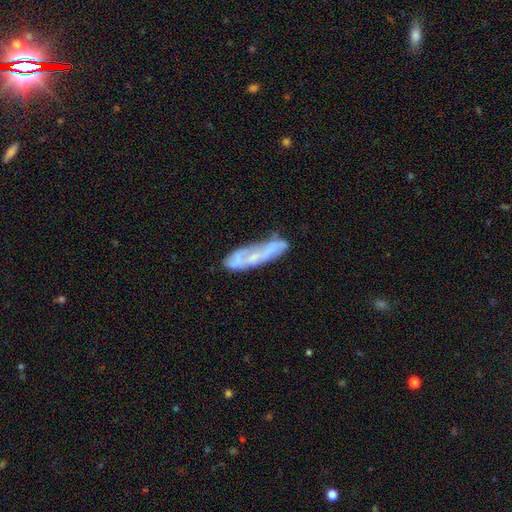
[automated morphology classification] type=featured or disk (53%); edge-on=no (68%); merging=none (59%).